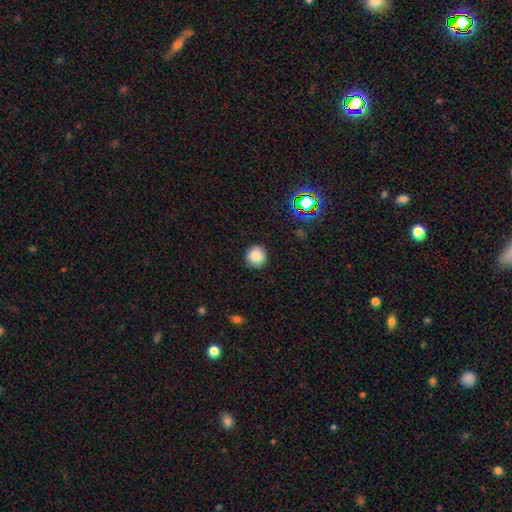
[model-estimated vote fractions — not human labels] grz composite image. It shows a smooth galaxy with no disk features (80%) that is round (94%). Merging: none (90%).